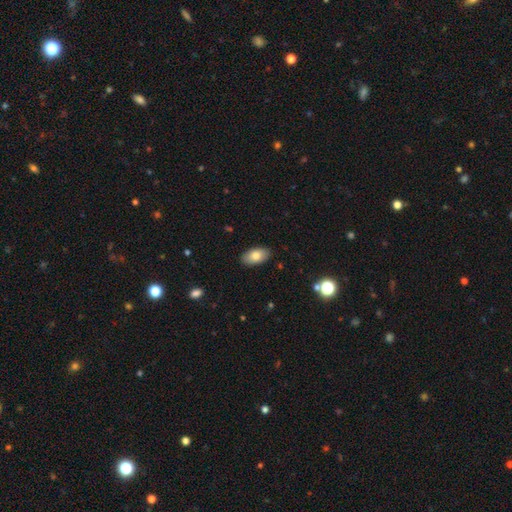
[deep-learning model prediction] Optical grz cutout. It shows a smooth galaxy with no disk features (80%) that is in between round and cigar-shaped (94%). Merging: none (89%).